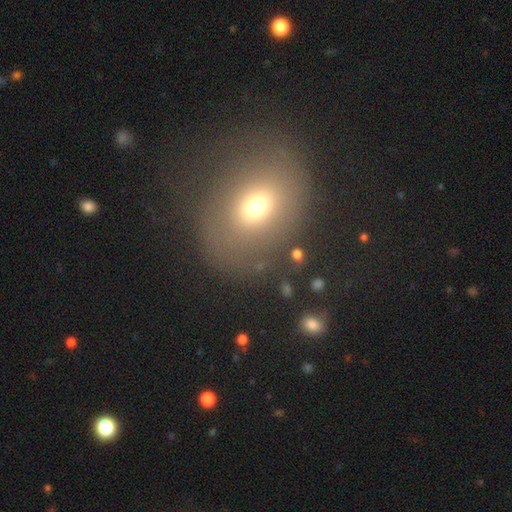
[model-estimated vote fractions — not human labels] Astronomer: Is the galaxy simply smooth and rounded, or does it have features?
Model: smooth — 56%.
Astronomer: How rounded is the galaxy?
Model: round — 51% (runner-up: in between, 48%).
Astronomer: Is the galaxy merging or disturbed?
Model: none — 72%.